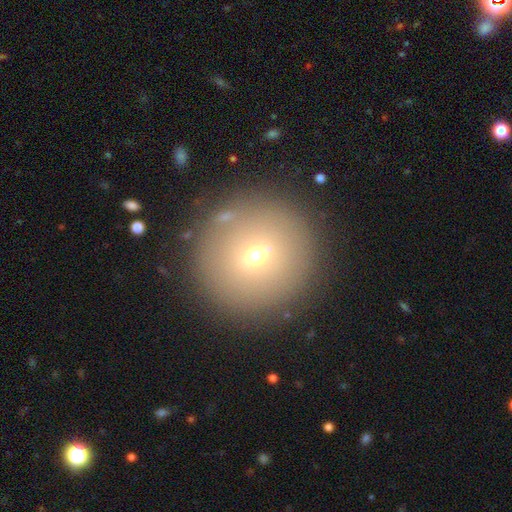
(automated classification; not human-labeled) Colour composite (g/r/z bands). It shows a smooth galaxy with no disk features (63%) that is round (96%). Merging: none (87%).